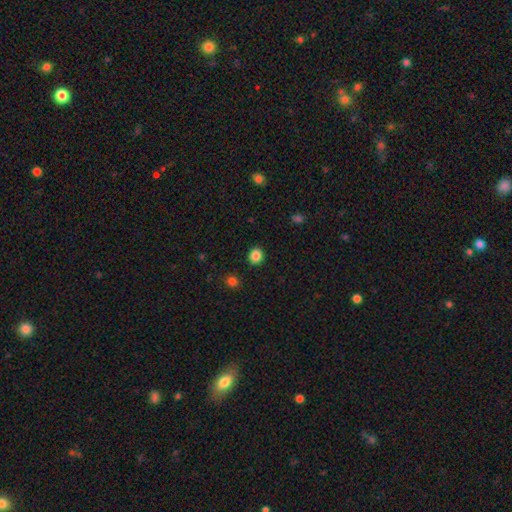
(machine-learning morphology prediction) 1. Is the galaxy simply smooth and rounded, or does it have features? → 86% smooth, 11% star or artifact, 4% featured or disk.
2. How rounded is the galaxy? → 79% round, 20% in between, 1% cigar-shaped.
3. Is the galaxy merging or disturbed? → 91% none, 6% minor disturbance, 2% major disturbance, 1% merger.